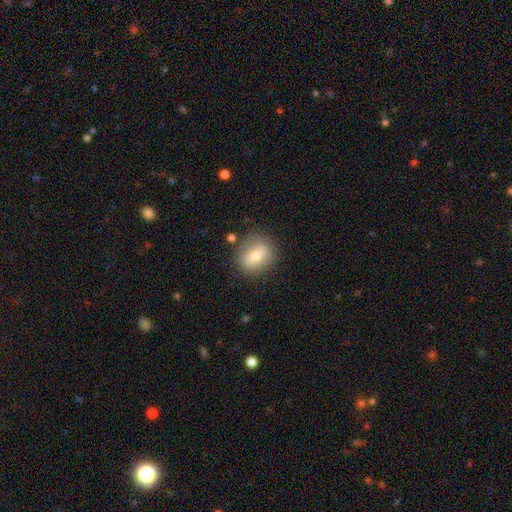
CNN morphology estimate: A smooth galaxy with no disk features (64%) that is round (59%).

Vote fractions:
- Smooth or featured? smooth: 64% / featured or disk: 29% / star or artifact: 8%
- How rounded? round: 59% / in between: 40% / cigar-shaped: 2%
- Merging? none: 80% / minor disturbance: 13% / major disturbance: 4% / merger: 3%